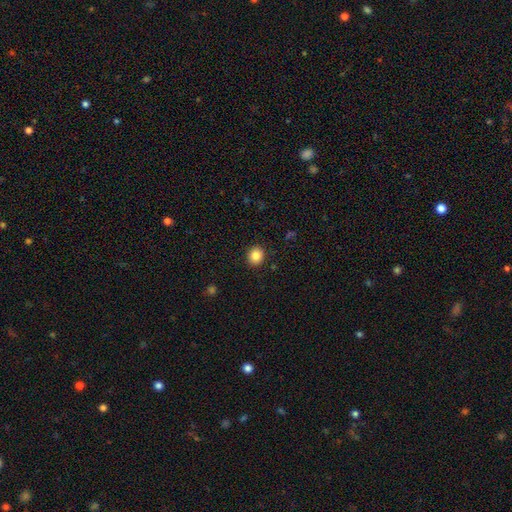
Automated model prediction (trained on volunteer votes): This appears to be a smooth galaxy with no disk features (84%) that is round (82%). Merging: none (92%).